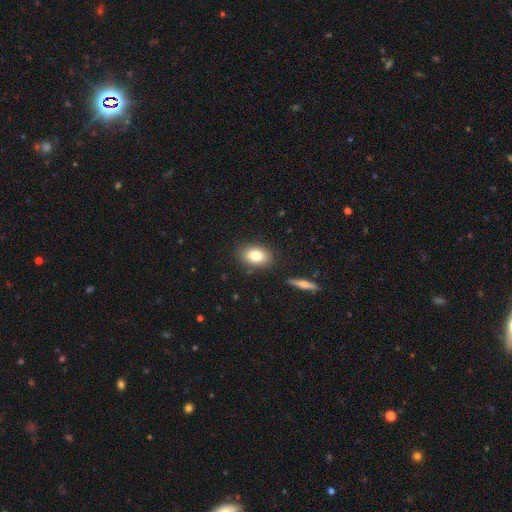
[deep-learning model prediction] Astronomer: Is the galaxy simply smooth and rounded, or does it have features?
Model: smooth — 80%.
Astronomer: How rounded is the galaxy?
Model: in between — 82%.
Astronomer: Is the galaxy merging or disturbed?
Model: none — 85%.